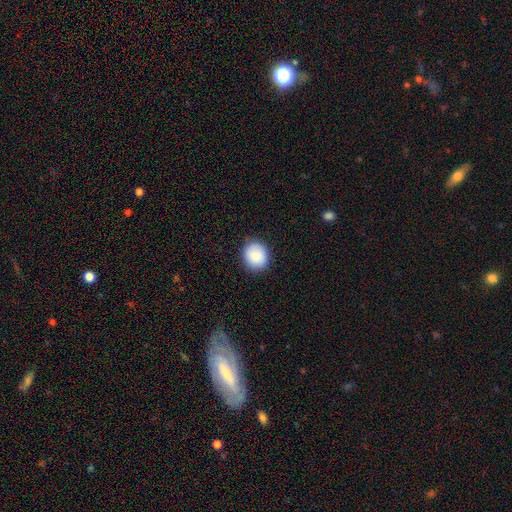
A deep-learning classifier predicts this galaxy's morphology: smooth_or_featured: smooth (p=0.84) [alt: featured or disk p=0.08]
how_rounded: round (p=0.73) [alt: in between p=0.27]
merging: none (p=0.86) [alt: minor disturbance p=0.10]